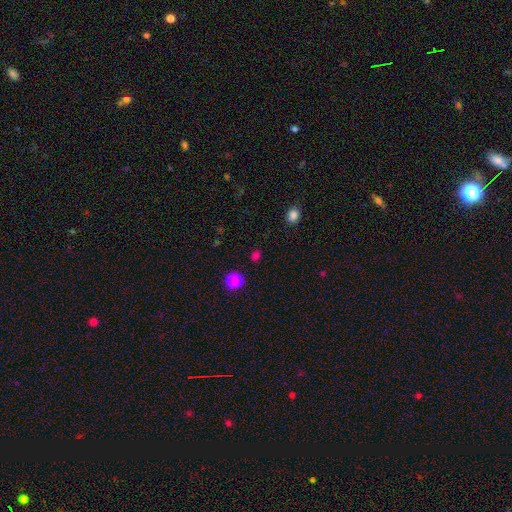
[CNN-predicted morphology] Q: Smooth or featured?
A: smooth (75%); runner-up: star or artifact (21%)
Q: How rounded?
A: round (74%); runner-up: in between (25%)
Q: Merging?
A: none (85%); runner-up: minor disturbance (9%)